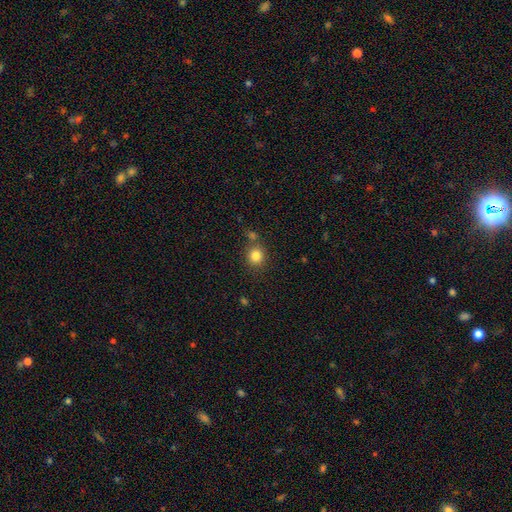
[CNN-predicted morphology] Smooth or featured: smooth — 83% (star or artifact — 11%)
How rounded: round — 83% (in between — 16%)
Merging: none — 74% (merger — 13%)